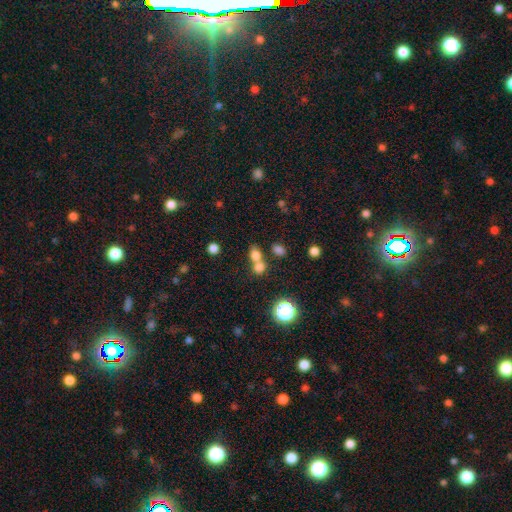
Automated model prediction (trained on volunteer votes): Smooth or featured: smooth — 73% (star or artifact — 17%)
How rounded: round — 50% (in between — 47%)
Merging: merger — 53% (none — 37%)